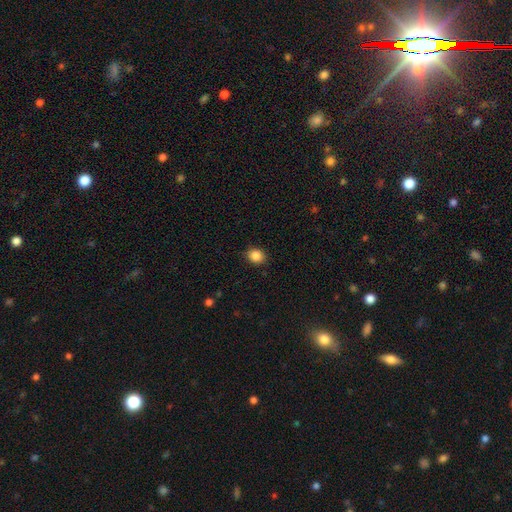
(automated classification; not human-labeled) Q: Smooth or featured?
A: smooth (86%); runner-up: star or artifact (10%)
Q: How rounded?
A: round (64%); runner-up: in between (35%)
Q: Merging?
A: none (88%); runner-up: minor disturbance (9%)